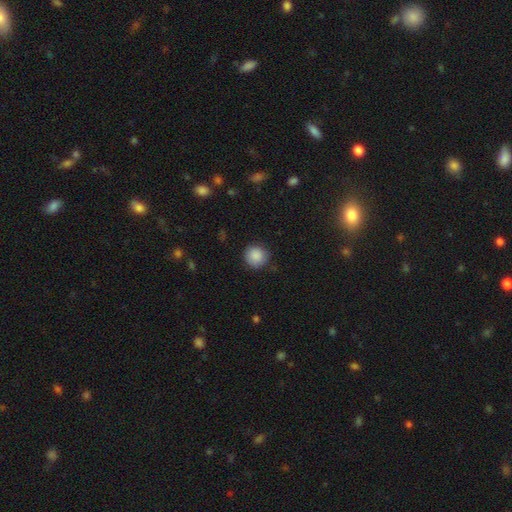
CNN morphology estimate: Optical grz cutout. It shows a smooth galaxy with no disk features (88%) that is round (93%). Merging: none (87%).